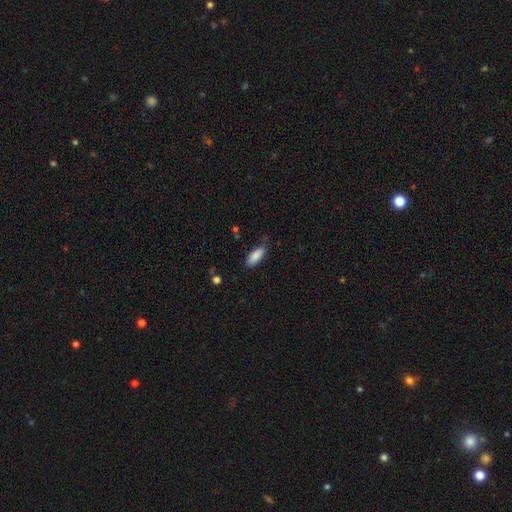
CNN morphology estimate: smooth_or_featured: smooth (p=0.87) [alt: star or artifact p=0.07]
how_rounded: in between (p=0.81) [alt: cigar-shaped p=0.17]
merging: none (p=0.68) [alt: minor disturbance p=0.24]